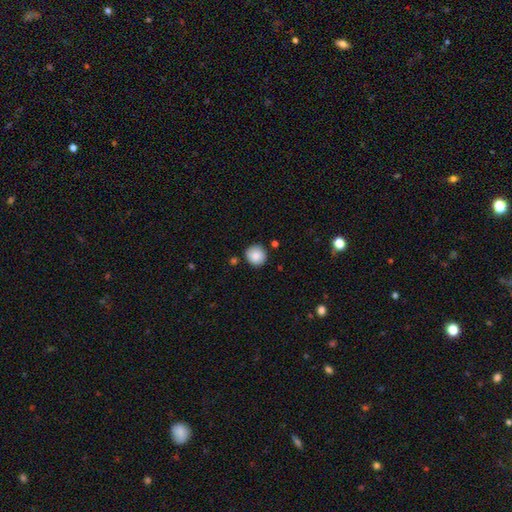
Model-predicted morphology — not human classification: This is clearly a smooth galaxy (86%). How rounded: clearly round (93%). Merging: clearly none (85%).